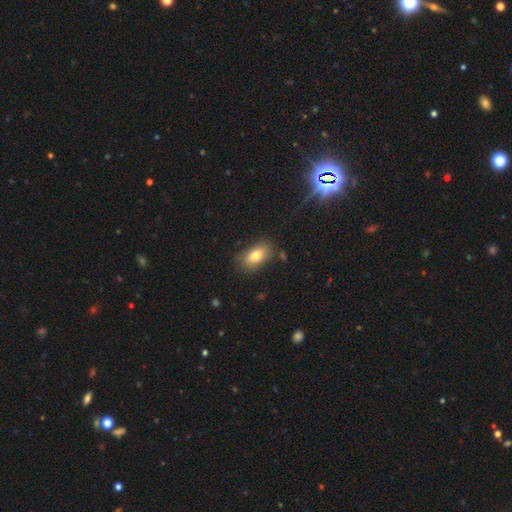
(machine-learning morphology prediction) Smooth or featured? Predicted: smooth (p=0.76). How rounded? Predicted: in between (p=0.87). Merging? Predicted: none (p=0.78).